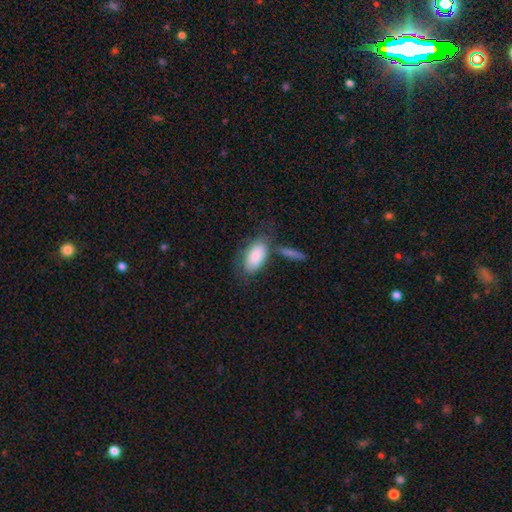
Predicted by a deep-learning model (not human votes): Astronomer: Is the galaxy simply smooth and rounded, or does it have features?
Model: smooth — 84%.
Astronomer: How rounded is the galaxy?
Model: in between — 93%.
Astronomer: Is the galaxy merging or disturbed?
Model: none — 52%.